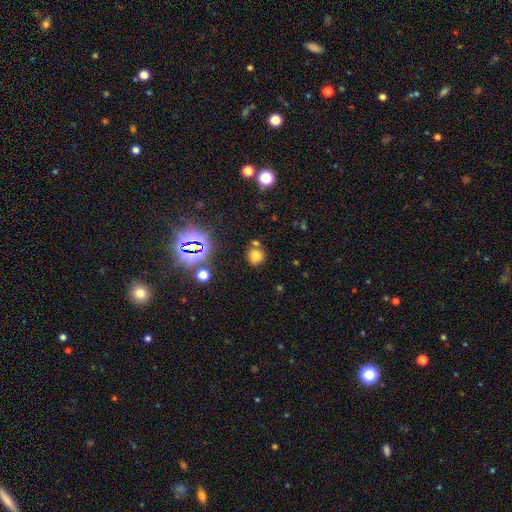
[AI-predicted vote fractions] Smooth or featured? Predicted: smooth (p=0.69). How rounded? Predicted: round (p=0.82). Merging? Predicted: none (p=0.69).